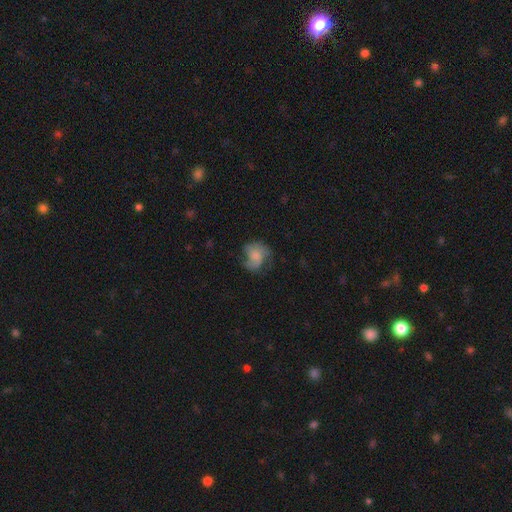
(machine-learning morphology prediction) Overall: featured or disk (52%; smooth 39%). Edge-on disk: no (98%). Bar: no (73%). Spiral arms: yes (83%). Bulge size: small (31%; none 29%). Merging: none (51%; minor disturbance 25%).